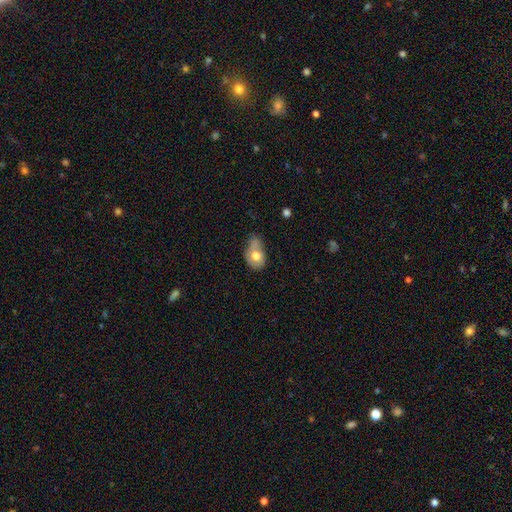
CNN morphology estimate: type=smooth (68%); roundness=in between (79%); merging=minor disturbance (40%).